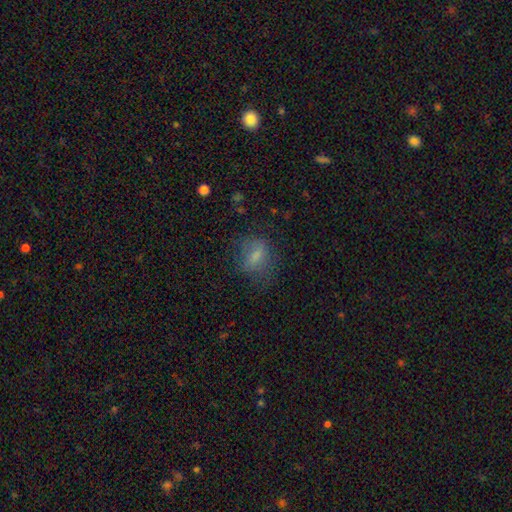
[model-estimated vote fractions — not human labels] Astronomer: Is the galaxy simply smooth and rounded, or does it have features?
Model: smooth — 65%.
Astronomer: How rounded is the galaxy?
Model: in between — 61%.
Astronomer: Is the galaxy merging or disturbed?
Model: none — 61%.